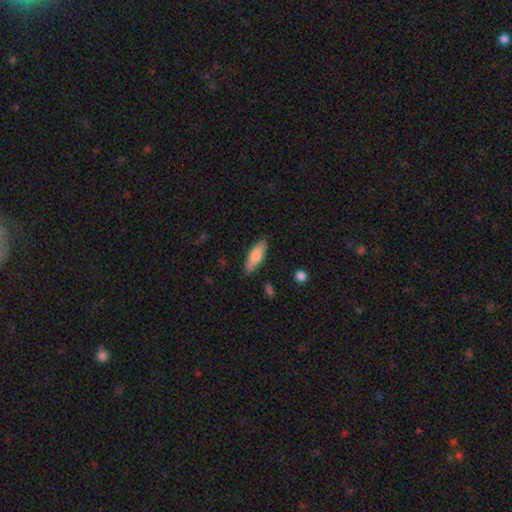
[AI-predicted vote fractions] smooth-or-featured: smooth: 80% | featured or disk: 14% | star or artifact: 6%
  how-rounded: in between: 62% | cigar-shaped: 36% | round: 2%
  merging: none: 85% | minor disturbance: 12% | major disturbance: 2% | merger: 1%